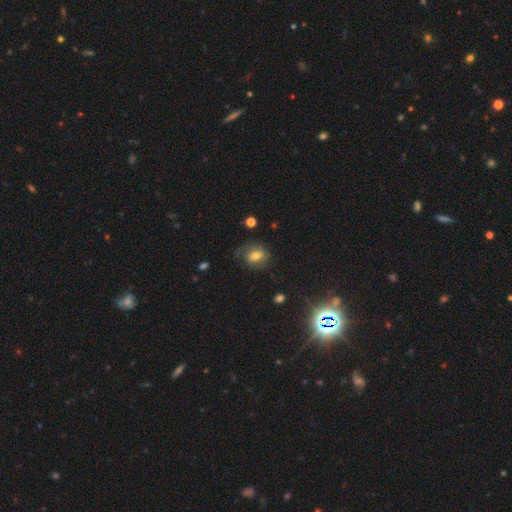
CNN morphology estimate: Overall: smooth (48%; featured or disk 40%). Merging: none (59%; minor disturbance 23%).